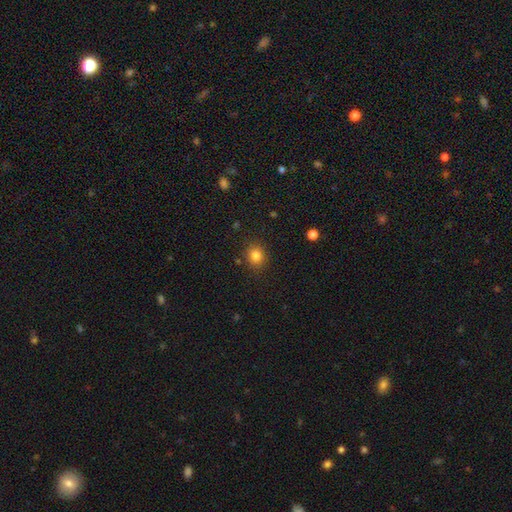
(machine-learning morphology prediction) Smooth or featured? Predicted: smooth (p=0.83). How rounded? Predicted: round (p=0.78). Merging? Predicted: none (p=0.87).